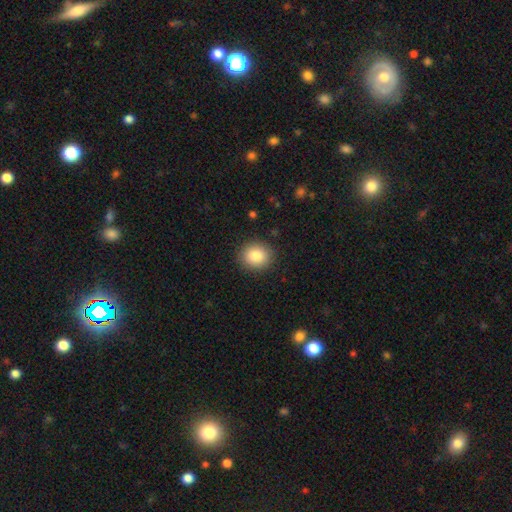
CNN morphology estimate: This is clearly a smooth galaxy (84%). How rounded: likely round (74%). Merging: clearly none (89%).